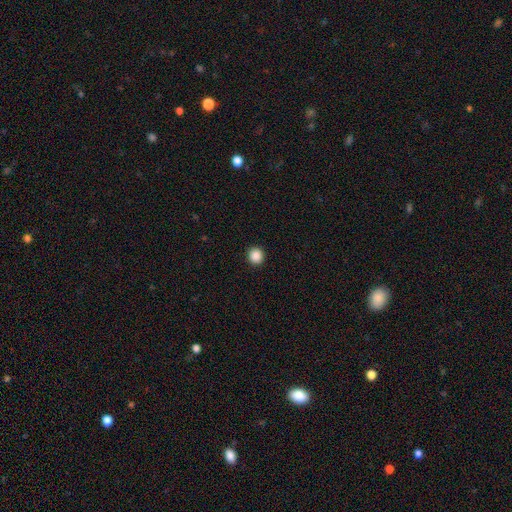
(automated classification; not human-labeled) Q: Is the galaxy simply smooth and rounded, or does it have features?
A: smooth — 88%.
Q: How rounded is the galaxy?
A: round — 92%.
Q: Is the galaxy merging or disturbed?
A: none — 93%.